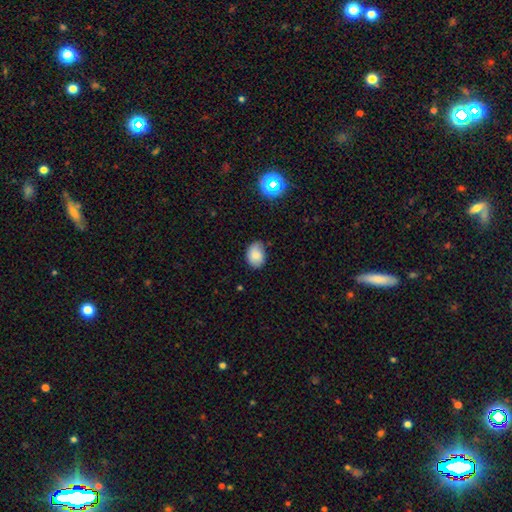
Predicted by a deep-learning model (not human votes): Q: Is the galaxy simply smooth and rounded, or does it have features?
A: smooth — 81%.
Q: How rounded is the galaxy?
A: in between — 68%.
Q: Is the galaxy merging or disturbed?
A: none — 65%.